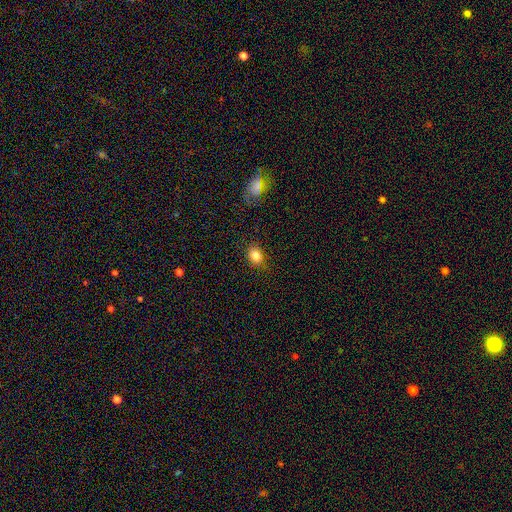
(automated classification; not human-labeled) Smooth or featured? smooth (84%)
How rounded? in between (55%)
Merging? none (82%)